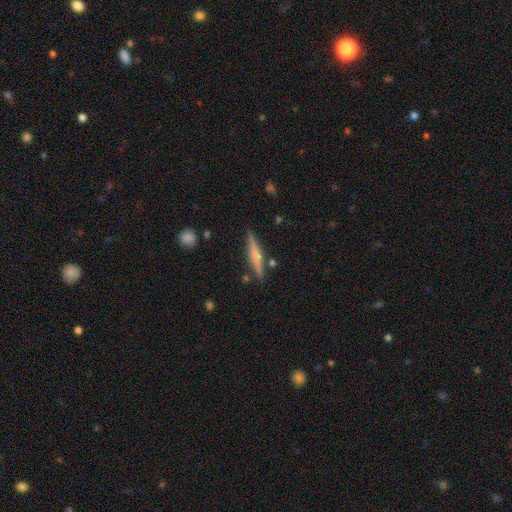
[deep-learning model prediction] This appears to be a featured or disk galaxy (52%) viewed edge-on (97%) with a rounded central bulge (54%). Merging: none (86%).